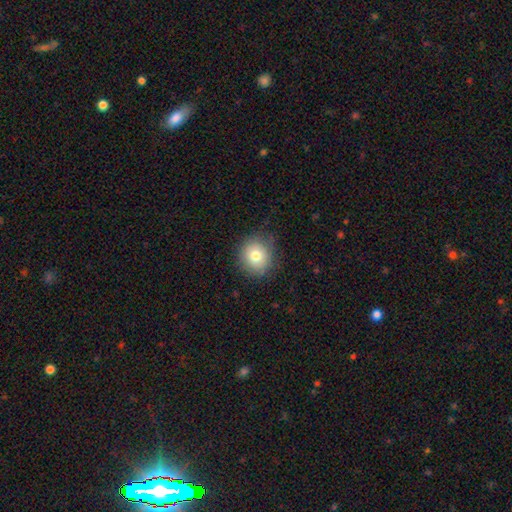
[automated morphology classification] smooth_or_featured: smooth (p=0.77) [alt: featured or disk p=0.12]
how_rounded: round (p=0.87) [alt: in between p=0.12]
merging: none (p=0.83) [alt: minor disturbance p=0.13]